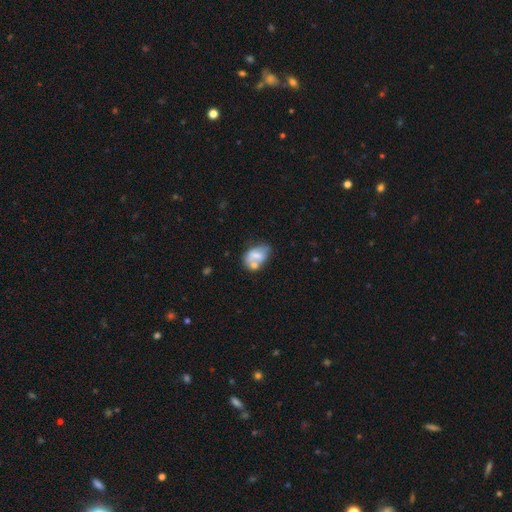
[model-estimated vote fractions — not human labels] The model was most divided on "merging": merger: 37%, none: 31%, minor disturbance: 21%, major disturbance: 11%. More confident: how rounded — in between (82%); smooth or featured — smooth (54%).